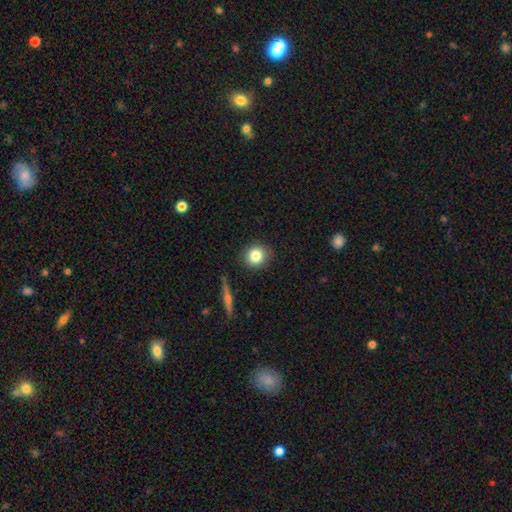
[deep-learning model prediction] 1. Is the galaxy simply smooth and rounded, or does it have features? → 82% smooth, 10% star or artifact, 8% featured or disk.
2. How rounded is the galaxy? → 89% round, 10% in between, 1% cigar-shaped.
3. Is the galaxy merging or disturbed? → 88% none, 8% minor disturbance, 2% major disturbance, 2% merger.